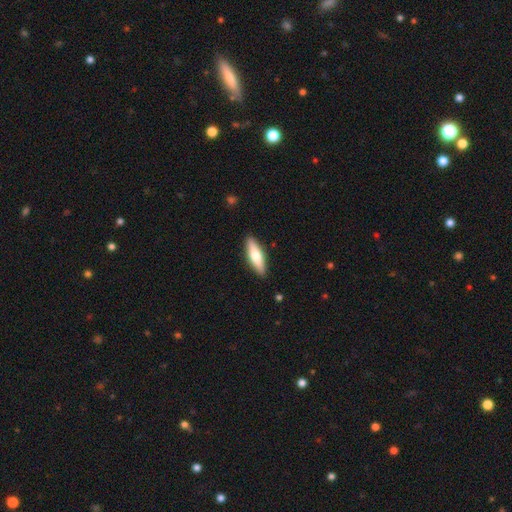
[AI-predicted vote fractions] A smooth galaxy with no disk features (59%) that is cigar-shaped (59%). Merging: none (89%).